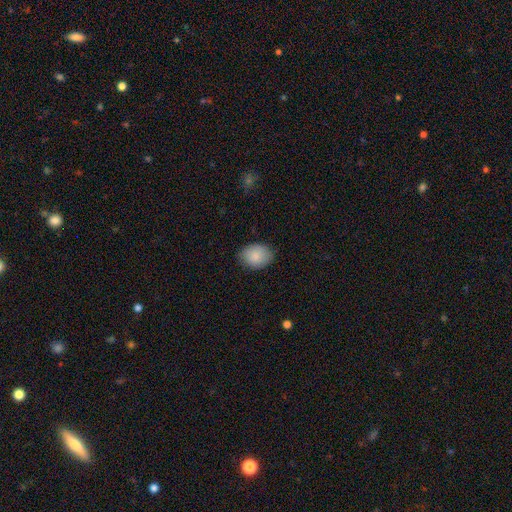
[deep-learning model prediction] smooth 87%, star or artifact 7%, featured or disk 6%. Down the decision tree: how rounded — in between (65%); merging — none (81%).